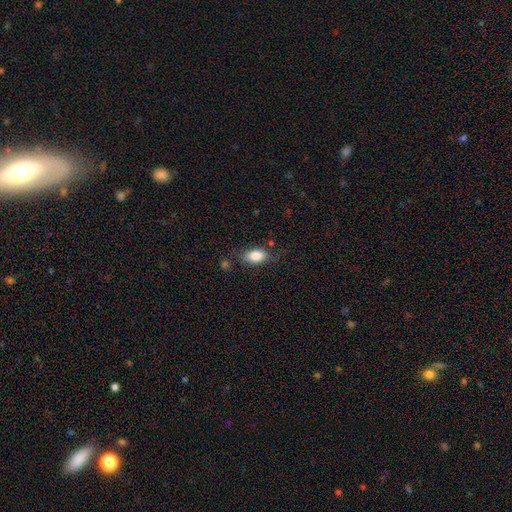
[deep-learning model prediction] Smooth or featured?
  - smooth: 84% *
  - featured or disk: 9%
  - star or artifact: 8%
How rounded?
  - in between: 88% *
  - round: 7%
  - cigar-shaped: 5%
Merging?
  - none: 68% *
  - minor disturbance: 21%
  - major disturbance: 7%
  - merger: 4%